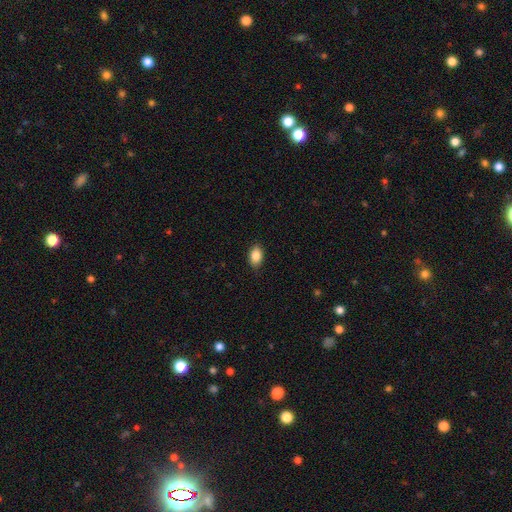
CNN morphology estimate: Smooth or featured?
  - smooth: 86% *
  - star or artifact: 8%
  - featured or disk: 6%
How rounded?
  - in between: 87% *
  - round: 11%
  - cigar-shaped: 2%
Merging?
  - none: 86% *
  - minor disturbance: 11%
  - major disturbance: 2%
  - merger: 1%